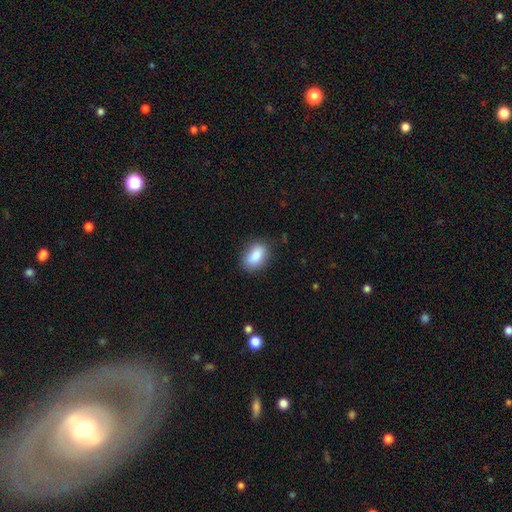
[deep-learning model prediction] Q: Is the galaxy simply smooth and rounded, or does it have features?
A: smooth — 87%.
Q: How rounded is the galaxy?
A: in between — 87%.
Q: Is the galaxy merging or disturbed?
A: none — 83%.